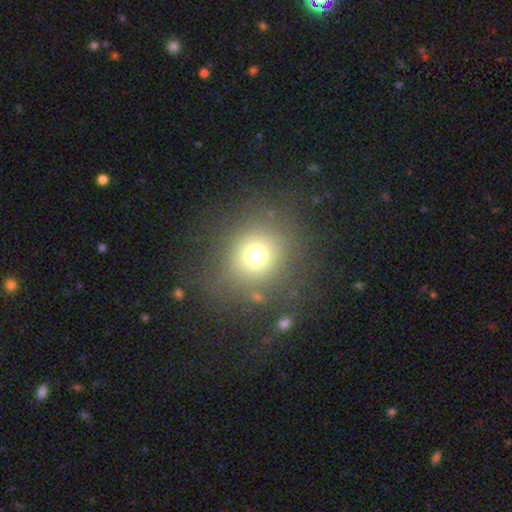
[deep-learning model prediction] Q: Smooth or featured?
A: smooth (70%); runner-up: star or artifact (20%)
Q: How rounded?
A: round (84%); runner-up: in between (15%)
Q: Merging?
A: none (79%); runner-up: minor disturbance (10%)